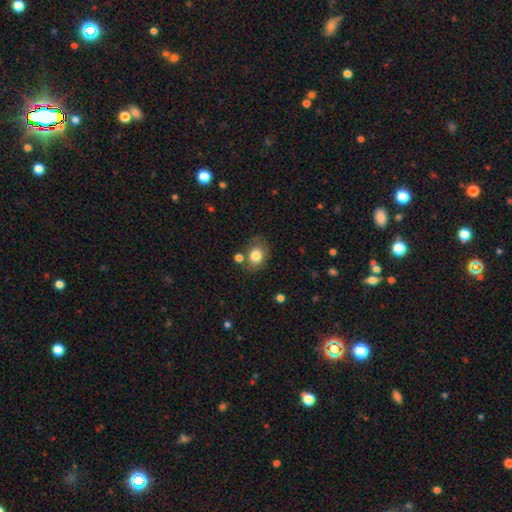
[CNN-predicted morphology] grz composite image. It shows a smooth galaxy with no disk features (79%) that is round (50%). Merging: none (68%).